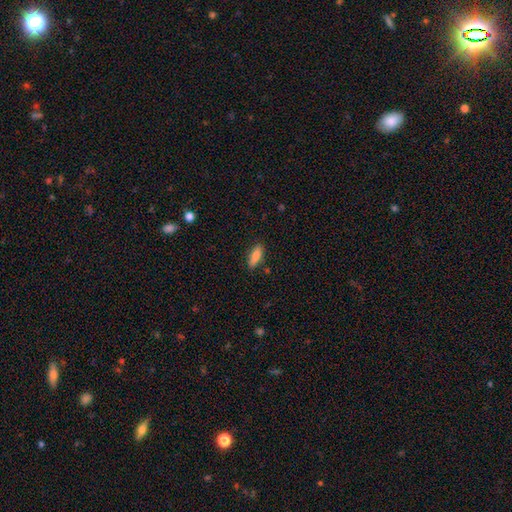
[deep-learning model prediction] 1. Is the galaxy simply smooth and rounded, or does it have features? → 82% smooth, 11% featured or disk, 7% star or artifact.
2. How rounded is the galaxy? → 57% in between, 41% cigar-shaped, 2% round.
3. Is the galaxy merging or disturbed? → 85% none, 11% minor disturbance, 2% major disturbance, 2% merger.